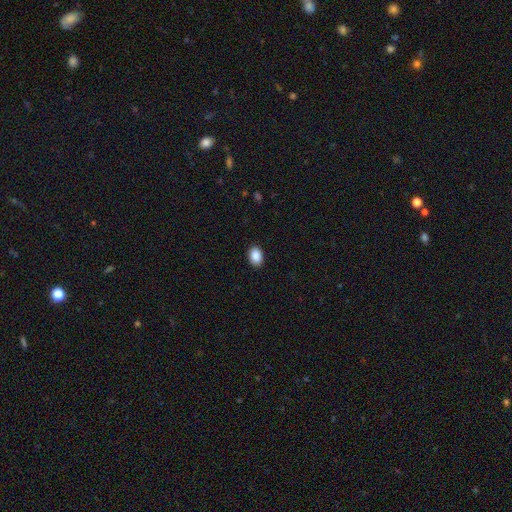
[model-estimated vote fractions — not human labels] smooth_or_featured: smooth (p=0.90) [alt: star or artifact p=0.08]
how_rounded: in between (p=0.80) [alt: round p=0.19]
merging: none (p=0.89) [alt: minor disturbance p=0.08]